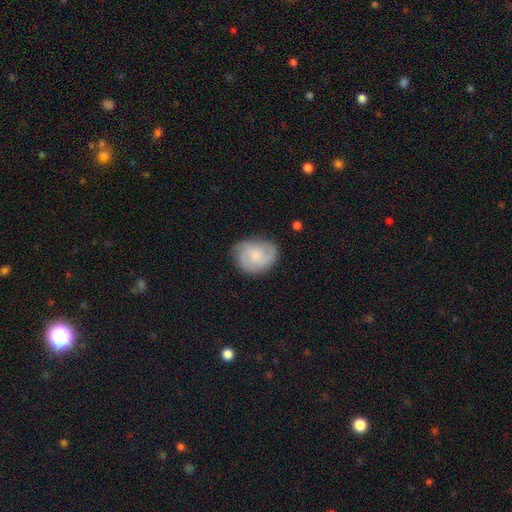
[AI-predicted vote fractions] Overall: featured or disk (56%; smooth 37%). Edge-on disk: no (98%). Bar: no (65%; weak 31%). Spiral arms: yes (91%). Bulge size: small (35%; moderate 30%). Merging: none (74%).